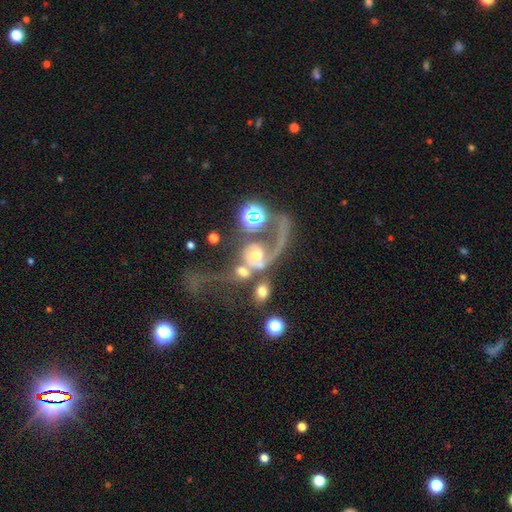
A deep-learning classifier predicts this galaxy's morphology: smooth-or-featured: featured or disk: 63% | smooth: 24% | star or artifact: 13%
  disk-edge-on: no: 96% | yes: 4%
    bar: no: 74% | weak: 20% | strong: 6%
    has-spiral-arms: yes: 74% | no: 26%
    bulge-size: moderate: 51% | small: 20% | large: 18% | none: 6% | dominant: 5%
  merging: merger: 49% | major disturbance: 30% | none: 14% | minor disturbance: 7%